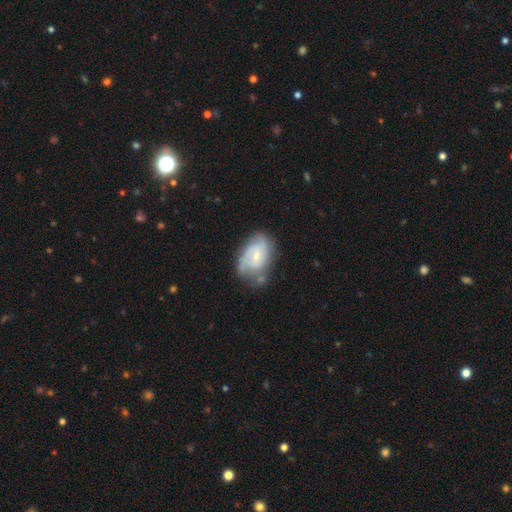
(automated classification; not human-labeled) Morphology: type=featured or disk (67%); edge-on=no (96%); bar=no (51%); spiral arms=yes (83%); winding=tight (45%); arm count=2 (39%); bulge=small (57%); merging=none (50%).